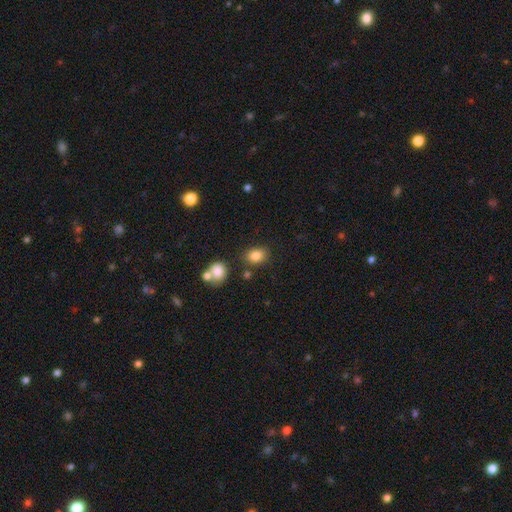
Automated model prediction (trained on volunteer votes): smooth-or-featured: smooth: 84% | star or artifact: 10% | featured or disk: 6%
  how-rounded: in between: 59% | round: 39% | cigar-shaped: 1%
  merging: none: 77% | minor disturbance: 12% | merger: 8% | major disturbance: 4%